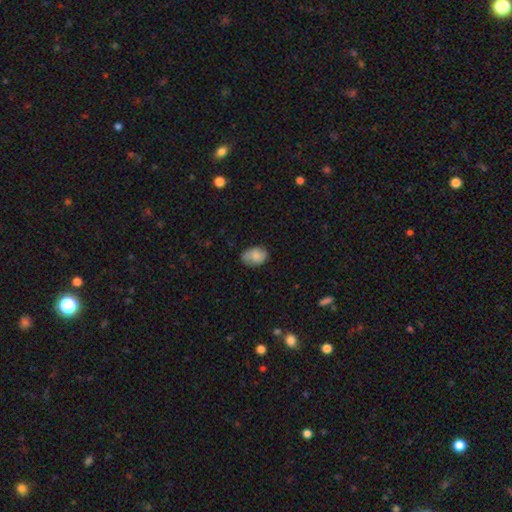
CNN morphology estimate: smooth 76%, featured or disk 16%, star or artifact 8%. Down the decision tree: how rounded — in between (73%); merging — none (68%).